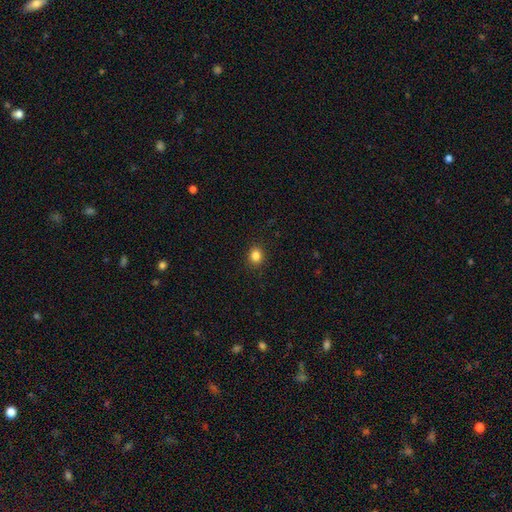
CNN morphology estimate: Overall: smooth (84%). How rounded: round (75%). Merging: none (90%).